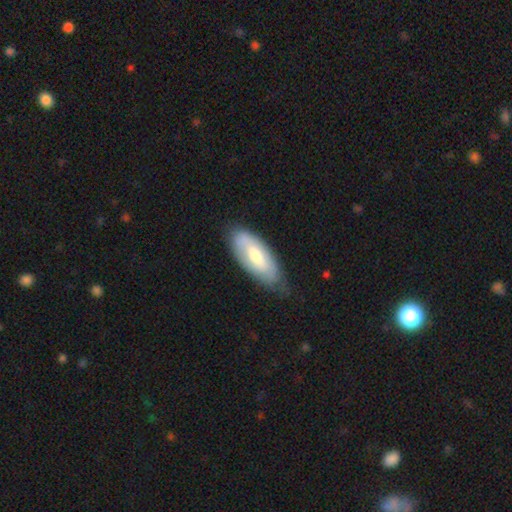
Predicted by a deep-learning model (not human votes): This appears to be a smooth galaxy with no disk features (52%) that is in between round and cigar-shaped (83%). Merging: none (69%).